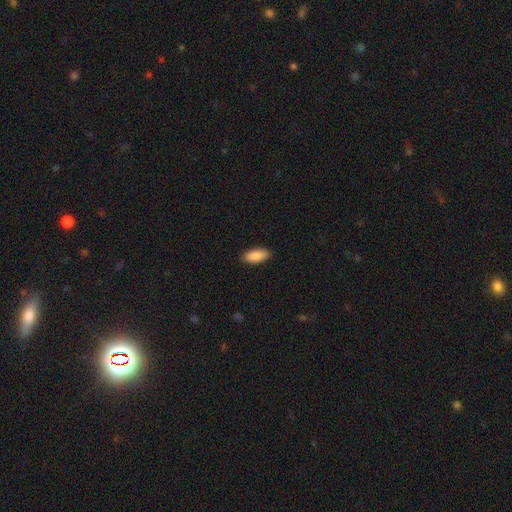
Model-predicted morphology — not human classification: The model was most divided on "how rounded": in between: 87%, cigar-shaped: 11%, round: 2%. More confident: smooth or featured — smooth (90%); merging — none (89%).